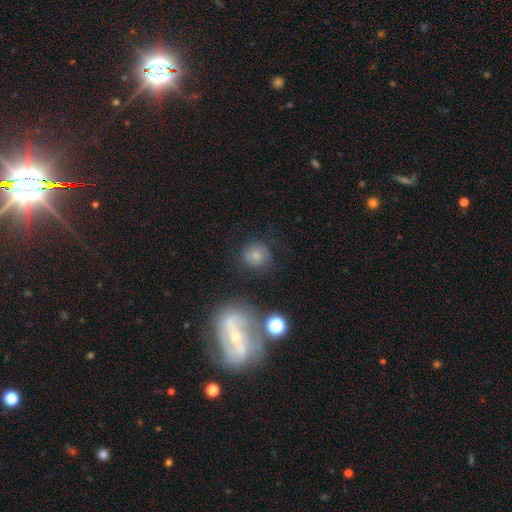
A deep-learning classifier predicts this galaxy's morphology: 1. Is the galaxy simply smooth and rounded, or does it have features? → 73% smooth, 14% star or artifact, 13% featured or disk.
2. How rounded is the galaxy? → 89% round, 10% in between, 1% cigar-shaped.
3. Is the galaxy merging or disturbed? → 79% none, 12% minor disturbance, 5% major disturbance, 4% merger.